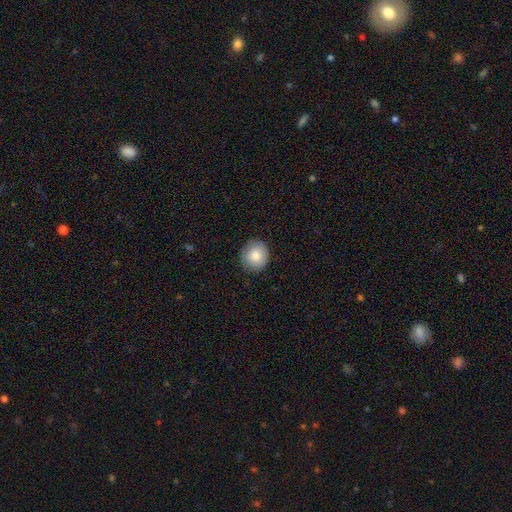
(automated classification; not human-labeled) This appears to be a smooth galaxy with no disk features (83%) that is round (86%). Merging: none (85%).